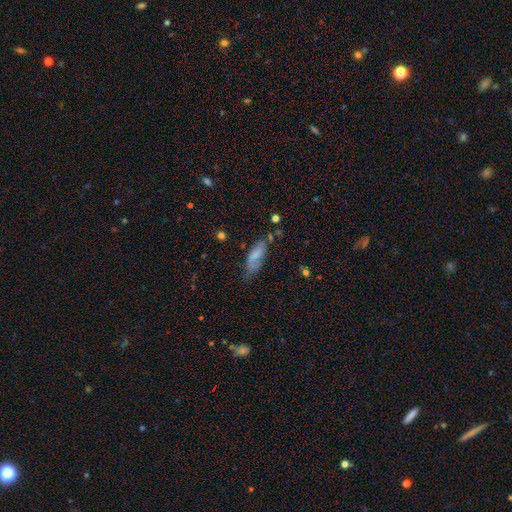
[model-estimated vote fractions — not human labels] This appears to be a smooth galaxy with no disk features (70%) that is in between round and cigar-shaped (64%). Merging: none (56%).